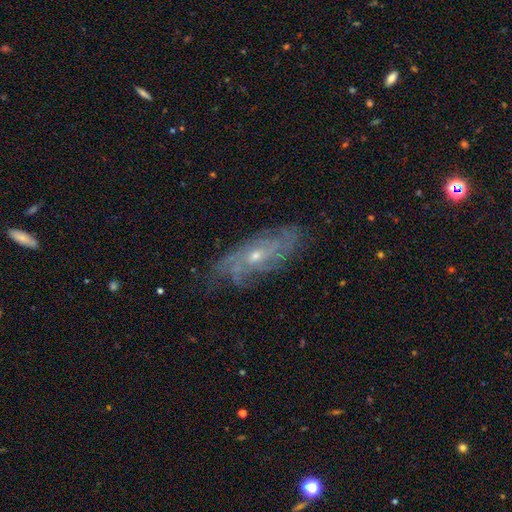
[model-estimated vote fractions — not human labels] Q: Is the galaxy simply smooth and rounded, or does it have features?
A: featured or disk — 77%.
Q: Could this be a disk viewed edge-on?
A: no — 85%.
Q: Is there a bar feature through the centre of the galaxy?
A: no — 70%.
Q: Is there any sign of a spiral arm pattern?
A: yes — 92%.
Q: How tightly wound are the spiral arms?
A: tight — 56%.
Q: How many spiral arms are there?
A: can't tell — 46%.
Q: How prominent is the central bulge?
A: small — 59%.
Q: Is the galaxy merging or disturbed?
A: none — 77%.